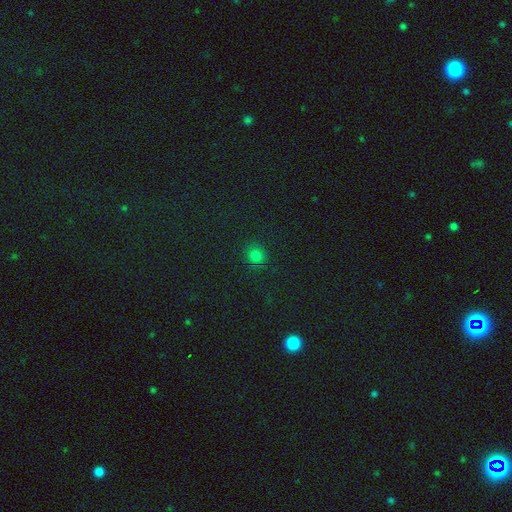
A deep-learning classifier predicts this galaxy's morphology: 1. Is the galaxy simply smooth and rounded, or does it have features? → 79% smooth, 17% star or artifact, 4% featured or disk.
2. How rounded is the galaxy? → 84% round, 15% in between, 1% cigar-shaped.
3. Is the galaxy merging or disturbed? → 87% none, 9% minor disturbance, 3% major disturbance, 1% merger.